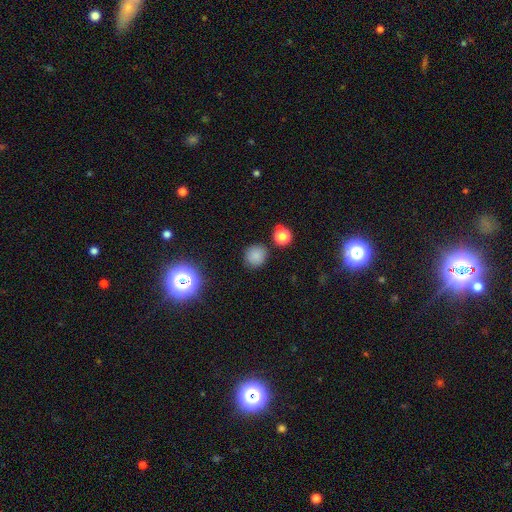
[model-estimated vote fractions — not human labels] Morphology: type=smooth (80%); roundness=round (89%); merging=none (84%).